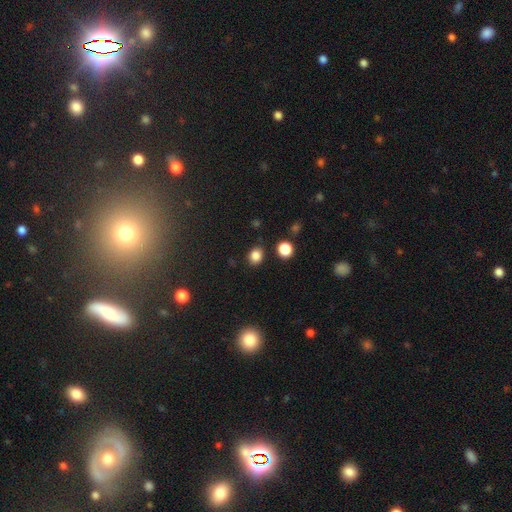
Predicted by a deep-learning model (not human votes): Smooth or featured? smooth (84%)
How rounded? round (56%)
Merging? none (83%)